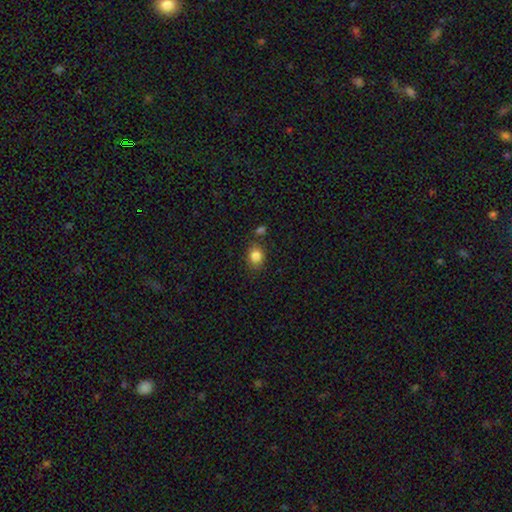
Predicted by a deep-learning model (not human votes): Smooth or featured? smooth (85%)
How rounded? round (55%)
Merging? none (75%)